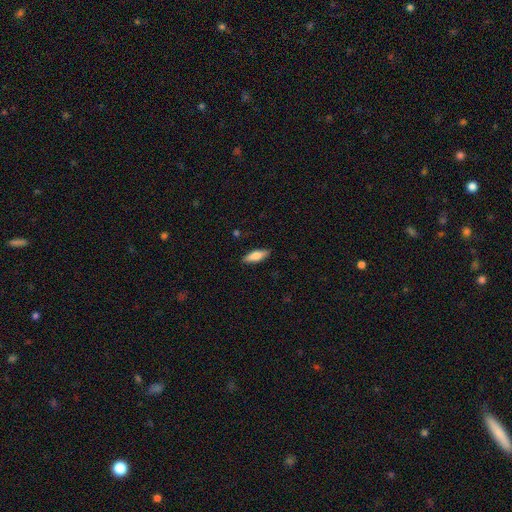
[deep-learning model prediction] Smooth or featured? smooth (77%)
How rounded? in between (57%)
Merging? none (88%)